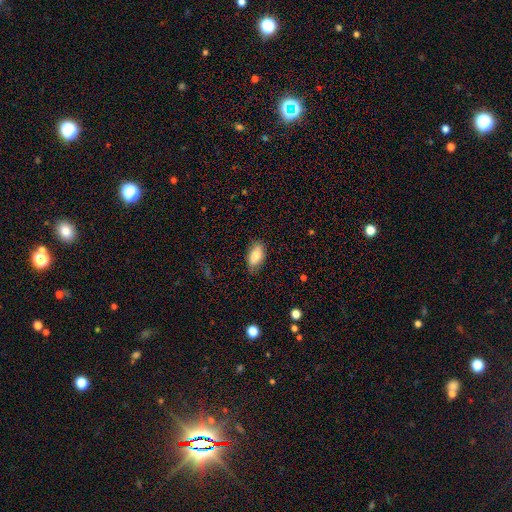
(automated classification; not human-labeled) This appears to be a smooth galaxy with no disk features (80%) that is in between round and cigar-shaped (93%). Merging: none (79%).